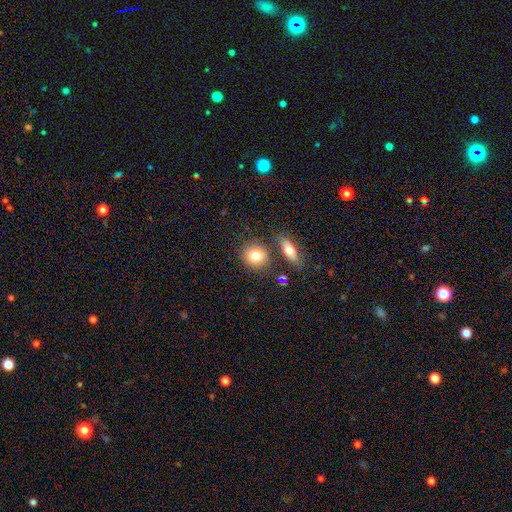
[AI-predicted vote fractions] This appears to be a smooth galaxy with no disk features (81%) that is round (72%). Merging: none (72%).